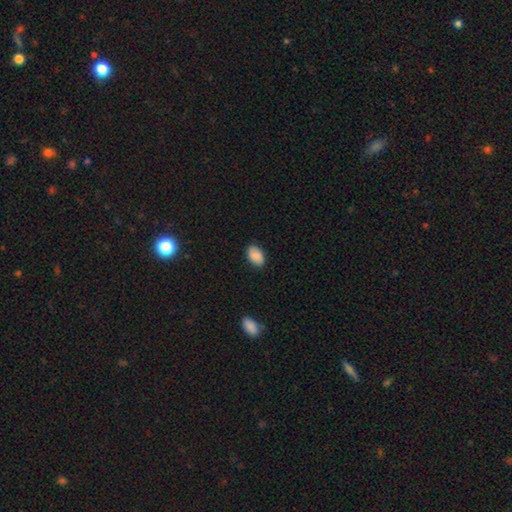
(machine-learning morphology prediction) This is clearly a smooth galaxy (88%). How rounded: clearly in between (88%). Merging: clearly none (85%).